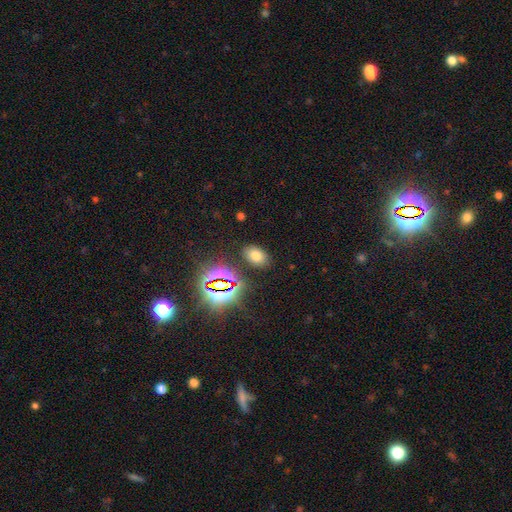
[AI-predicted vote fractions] The model was most divided on "smooth or featured": smooth: 67%, star or artifact: 24%, featured or disk: 9%. More confident: how rounded — in between (86%); merging — none (86%).